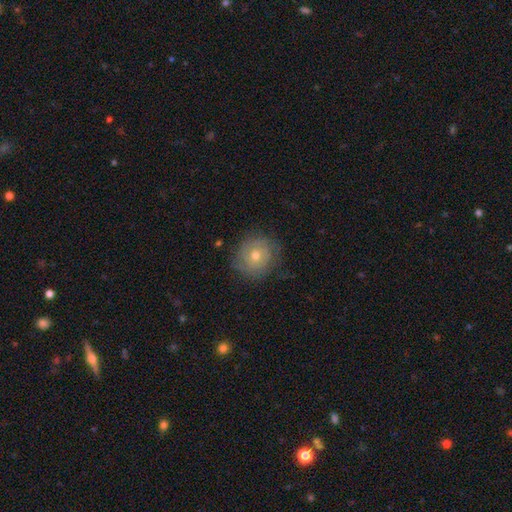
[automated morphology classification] Smooth or featured? featured or disk (52%)
Edge-on disk? no (96%)
Bar? no (84%)
Spiral arms? yes (73%)
Bulge size? moderate (60%)
Merging? none (77%)